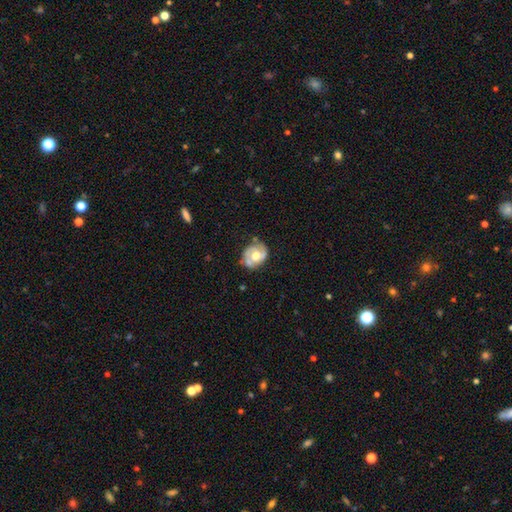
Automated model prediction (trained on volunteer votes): This is likely a featured or disk galaxy (61%). It is clearly not viewed edge-on (96%). Bar: likely no (72%). Spiral arm pattern: likely yes (67%). Central bulge: likely moderate (67%). Merging: likely none (65%).